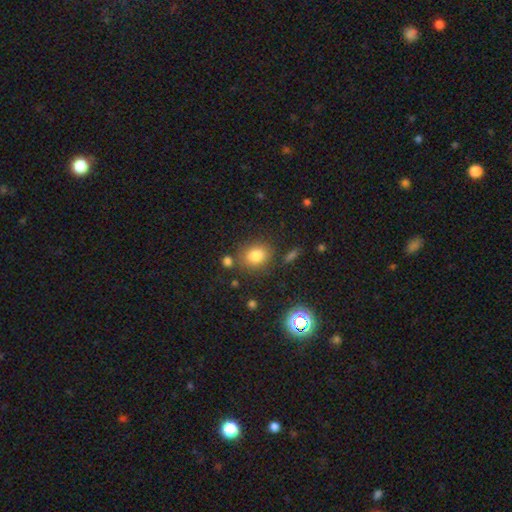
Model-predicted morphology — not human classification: Smooth or featured?
  - smooth: 81% *
  - star or artifact: 12%
  - featured or disk: 7%
How rounded?
  - round: 52% *
  - in between: 47%
  - cigar-shaped: 1%
Merging?
  - none: 77% *
  - minor disturbance: 12%
  - merger: 7%
  - major disturbance: 4%